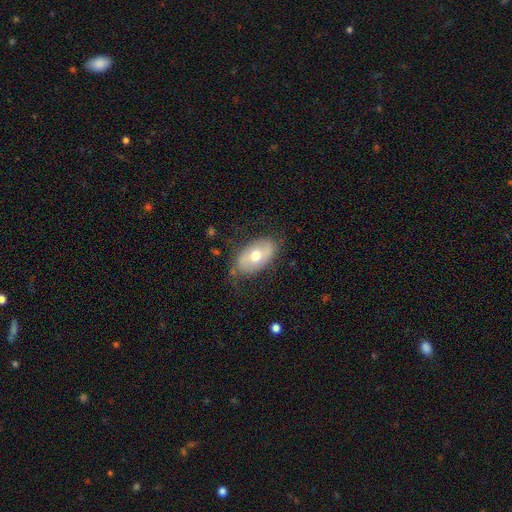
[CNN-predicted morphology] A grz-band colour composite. It shows a smooth galaxy with no disk features (54%) that is in between round and cigar-shaped (92%). Merging: none (73%).